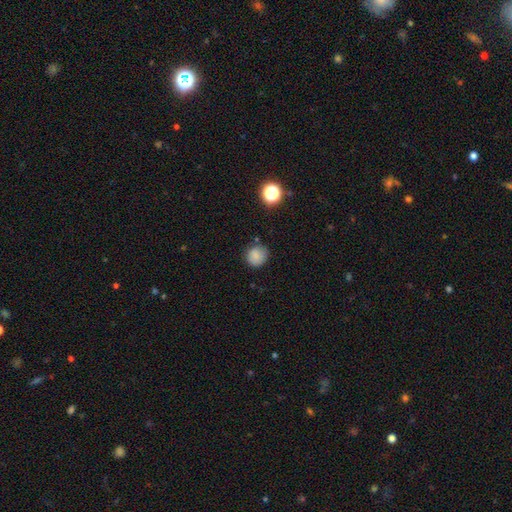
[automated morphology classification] smooth 83%, star or artifact 11%, featured or disk 6%. Down the decision tree: how rounded — round (89%); merging — none (81%).